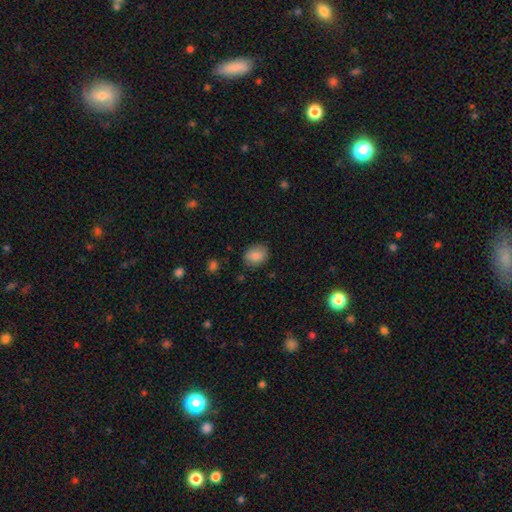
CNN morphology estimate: Smooth or featured? Predicted: smooth (p=0.86). How rounded? Predicted: in between (p=0.63). Merging? Predicted: none (p=0.81).